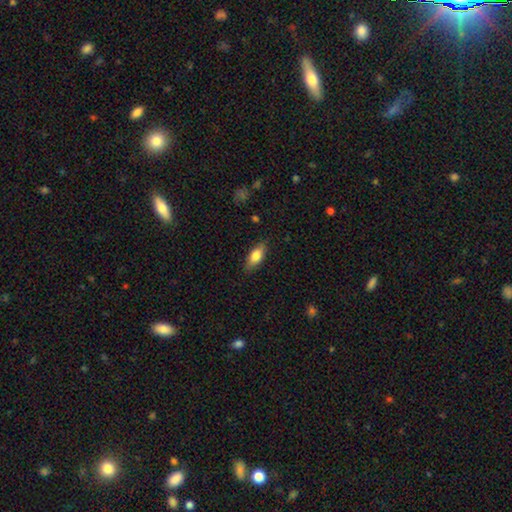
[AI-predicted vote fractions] smooth 76%, featured or disk 17%, star or artifact 7%. Down the decision tree: how rounded — in between (79%); merging — none (85%).